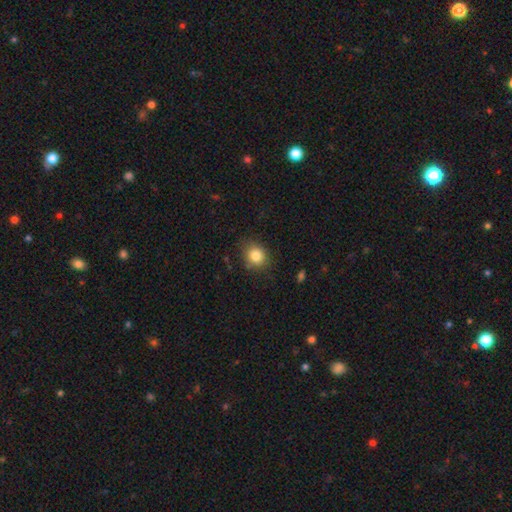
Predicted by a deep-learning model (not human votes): This is clearly a smooth galaxy (84%). How rounded: likely round (71%). Merging: likely none (79%).